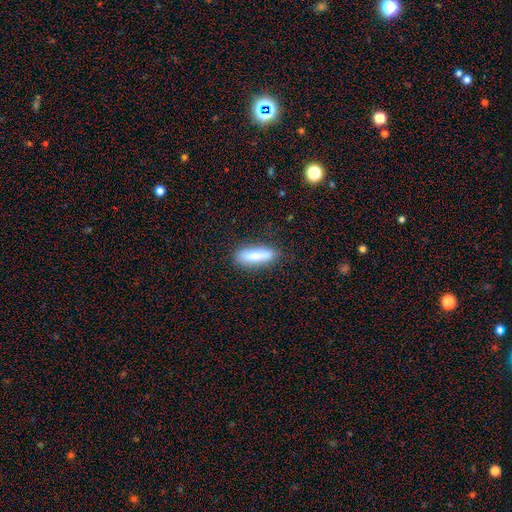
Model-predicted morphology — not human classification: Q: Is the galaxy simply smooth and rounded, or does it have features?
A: smooth — 78%.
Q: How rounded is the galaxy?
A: cigar-shaped — 59%.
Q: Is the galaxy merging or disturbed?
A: none — 79%.